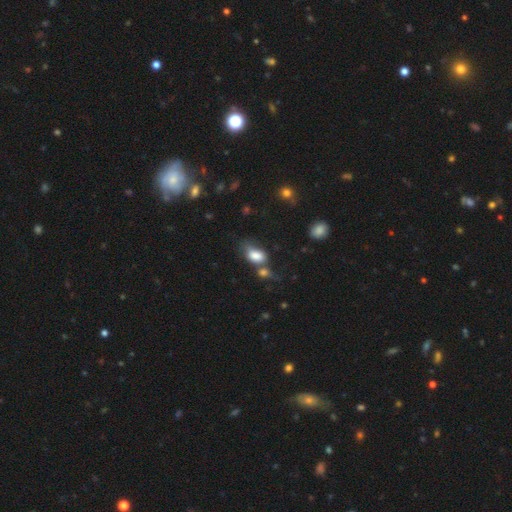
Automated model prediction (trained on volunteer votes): smooth-or-featured: smooth: 78% | featured or disk: 13% | star or artifact: 10%
  how-rounded: in between: 84% | round: 13% | cigar-shaped: 3%
  merging: merger: 36% | none: 27% | minor disturbance: 21% | major disturbance: 16%